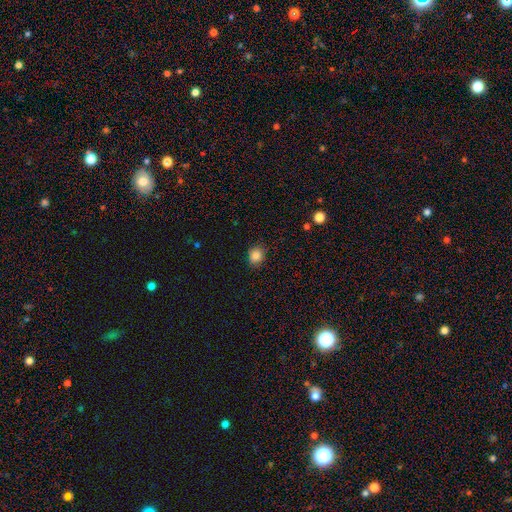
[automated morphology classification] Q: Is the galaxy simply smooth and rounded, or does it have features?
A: smooth — 85%.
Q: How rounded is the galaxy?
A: round — 74%.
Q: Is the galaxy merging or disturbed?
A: none — 85%.